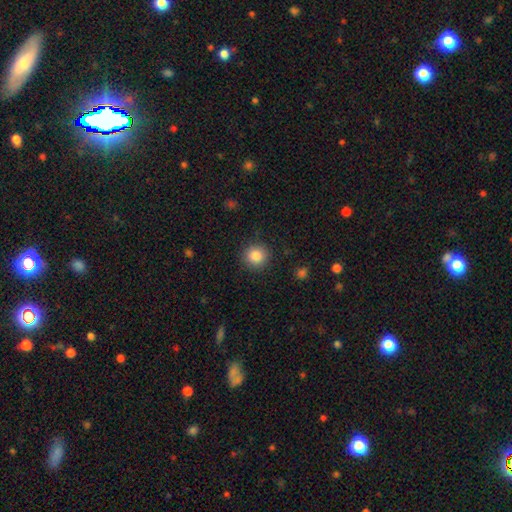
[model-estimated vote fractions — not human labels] The model was most divided on "smooth or featured": smooth: 85%, star or artifact: 10%, featured or disk: 5%. More confident: how rounded — round (93%); merging — none (89%).